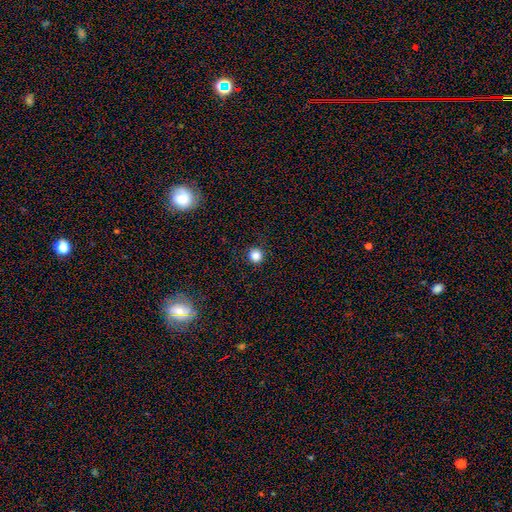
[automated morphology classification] Overall: smooth (85%). How rounded: round (95%). Merging: none (91%).